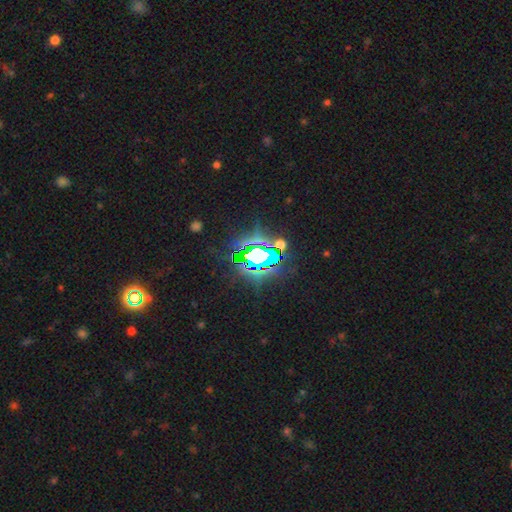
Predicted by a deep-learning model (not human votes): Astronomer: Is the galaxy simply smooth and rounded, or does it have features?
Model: star or artifact — 76%.